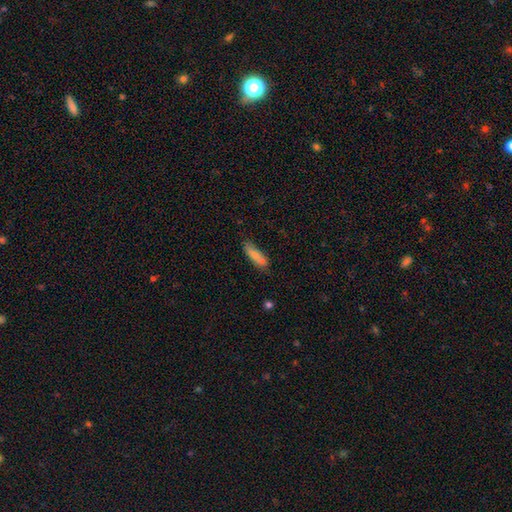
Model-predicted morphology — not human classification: This appears to be a smooth galaxy with no disk features (80%) that is cigar-shaped (57%). Merging: none (67%).